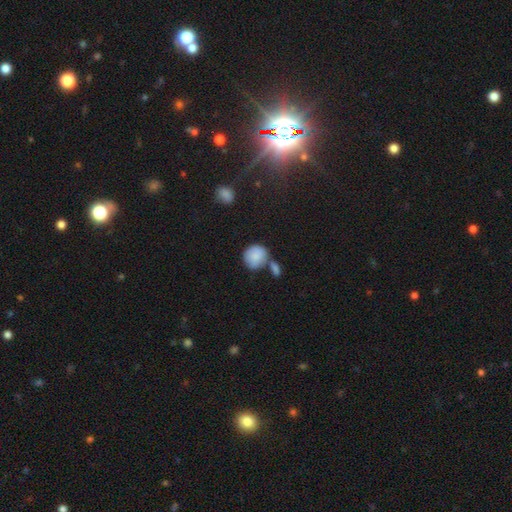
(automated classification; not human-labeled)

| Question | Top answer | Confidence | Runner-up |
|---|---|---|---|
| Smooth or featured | smooth | 83% | featured or disk (10%) |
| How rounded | round | 80% | in between (19%) |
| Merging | none | 45% | merger (30%) |